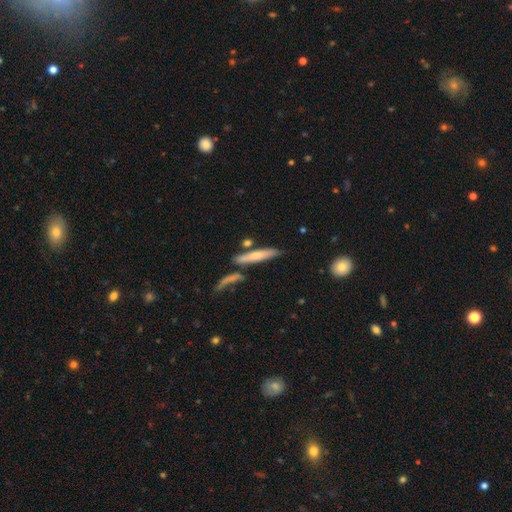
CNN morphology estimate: type=smooth (61%); roundness=cigar-shaped (85%); merging=none (64%).